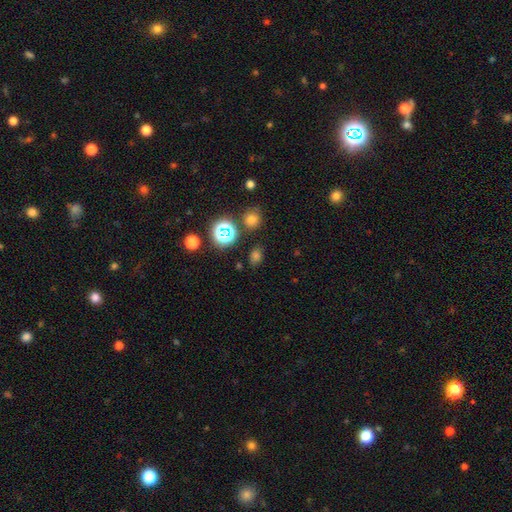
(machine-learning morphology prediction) Smooth or featured: smooth — 59% (star or artifact — 34%)
How rounded: round — 52% (in between — 47%)
Merging: none — 81% (minor disturbance — 11%)